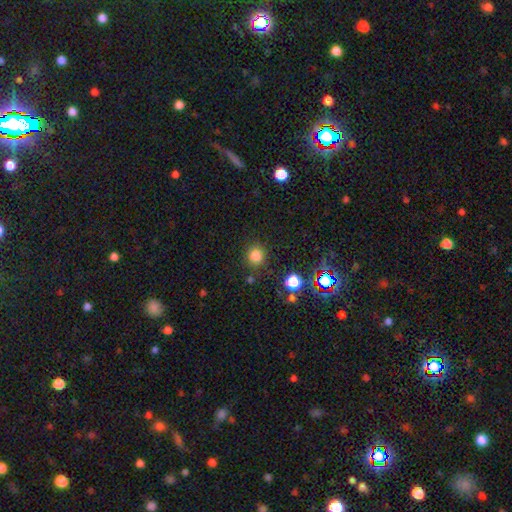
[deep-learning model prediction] Smooth or featured?
  - smooth: 79% *
  - star or artifact: 16%
  - featured or disk: 5%
How rounded?
  - round: 85% *
  - in between: 14%
  - cigar-shaped: 1%
Merging?
  - none: 83% *
  - minor disturbance: 10%
  - major disturbance: 4%
  - merger: 3%